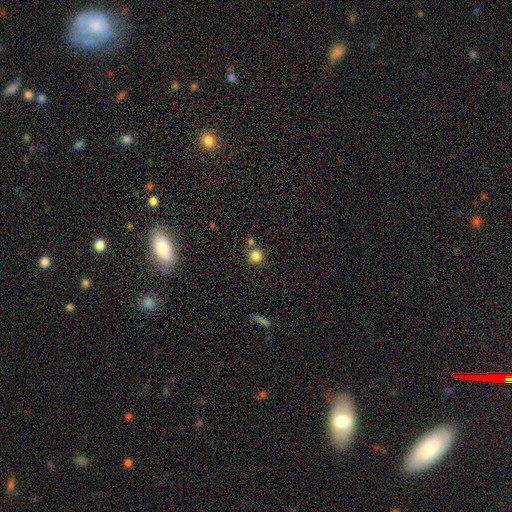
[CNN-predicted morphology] This appears to be a smooth galaxy with no disk features (83%) that is round (94%). Merging: none (74%).